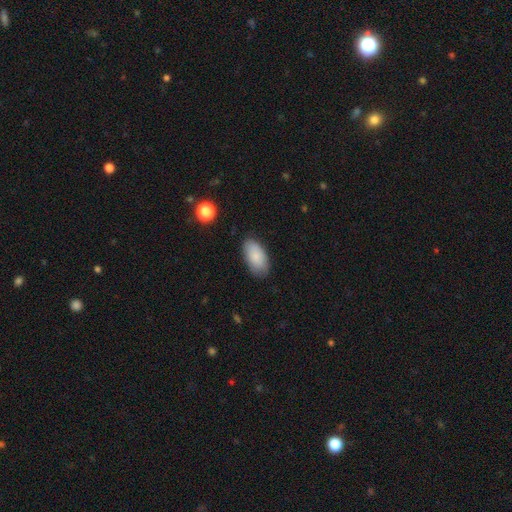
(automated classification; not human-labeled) Smooth or featured: smooth — 85% (featured or disk — 8%)
How rounded: in between — 95% (round — 3%)
Merging: none — 81% (minor disturbance — 15%)